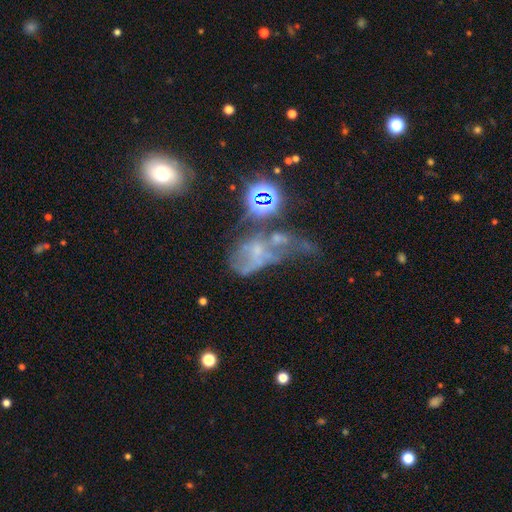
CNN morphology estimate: smooth-or-featured: featured or disk: 54% | star or artifact: 27% | smooth: 19%
  disk-edge-on: no: 92% | yes: 8%
  merging: major disturbance: 35% | none: 25% | merger: 24% | minor disturbance: 16%